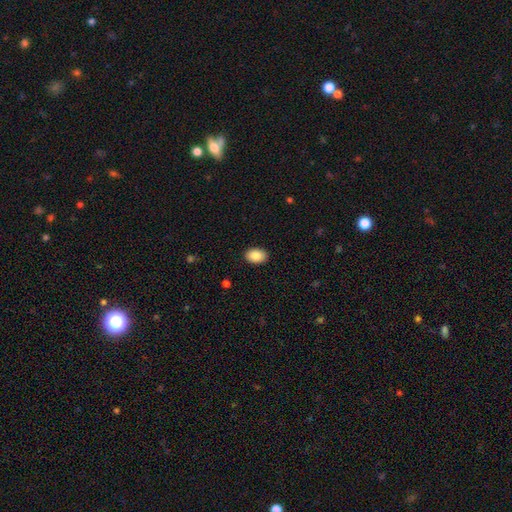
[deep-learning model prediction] Smooth or featured? smooth (89%)
How rounded? in between (84%)
Merging? none (90%)